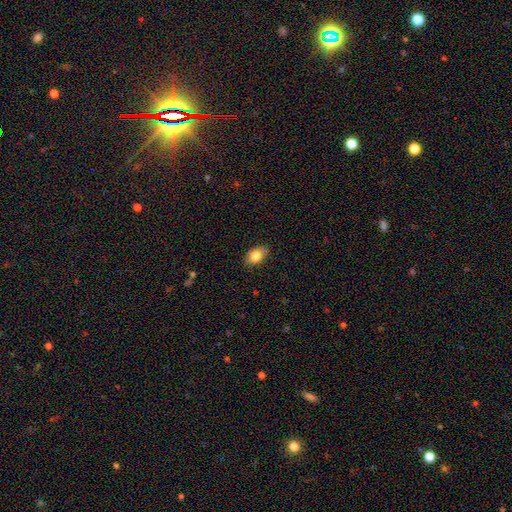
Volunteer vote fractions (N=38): Volunteers were most divided on "merging": none: 86%, minor disturbance: 11%, major disturbance: 3%, merger: 0%. More confident: smooth or featured — smooth (92%); how rounded — in between (89%).